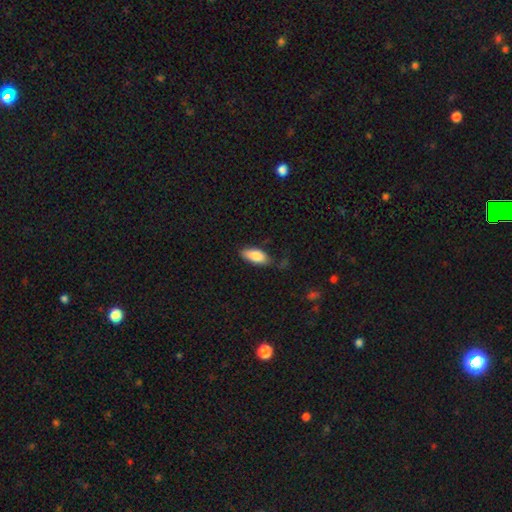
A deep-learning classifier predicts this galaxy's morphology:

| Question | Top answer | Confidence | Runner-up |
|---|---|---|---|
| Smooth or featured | smooth | 83% | featured or disk (10%) |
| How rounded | in between | 86% | cigar-shaped (12%) |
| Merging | none | 71% | minor disturbance (21%) |